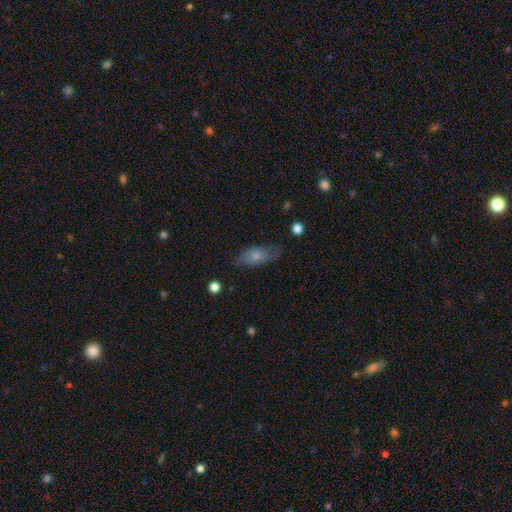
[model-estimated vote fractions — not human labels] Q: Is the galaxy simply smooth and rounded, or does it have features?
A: smooth — 70%.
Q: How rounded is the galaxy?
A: in between — 83%.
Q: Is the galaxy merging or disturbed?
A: none — 67%.